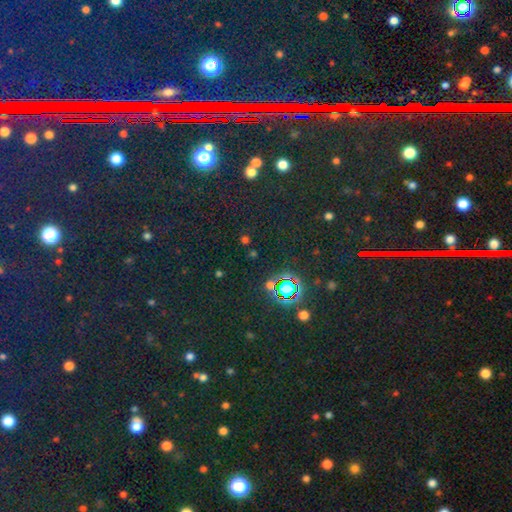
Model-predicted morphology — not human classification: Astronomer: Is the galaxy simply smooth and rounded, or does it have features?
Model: star or artifact — 81%.